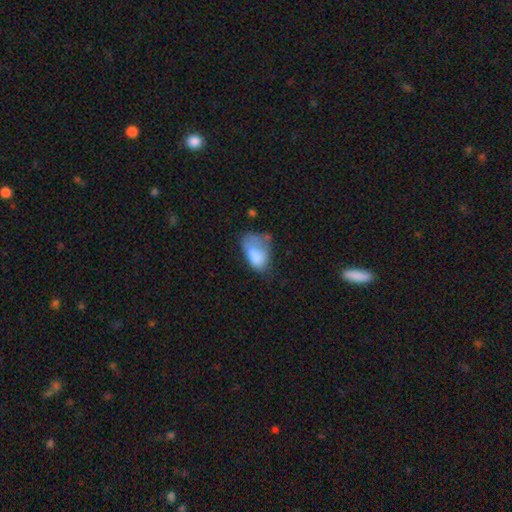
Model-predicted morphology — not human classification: A smooth galaxy with no disk features (72%) that is in between round and cigar-shaped (89%). Merging: major disturbance (37%).